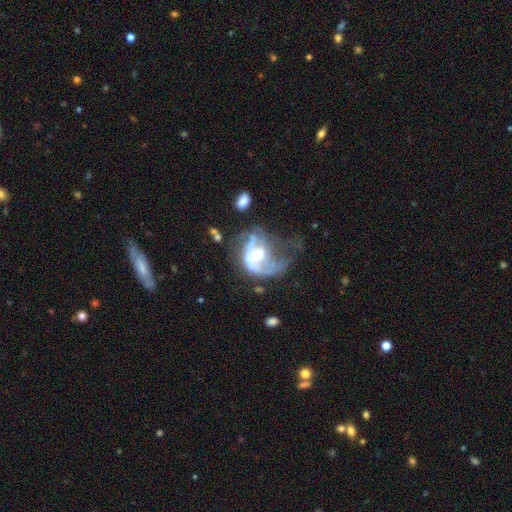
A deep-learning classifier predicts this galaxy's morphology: smooth-or-featured: featured or disk: 75% | smooth: 18% | star or artifact: 7%
  disk-edge-on: no: 98% | yes: 2%
    bar: no: 61% | weak: 32% | strong: 8%
    has-spiral-arms: yes: 75% | no: 25%
      spiral-winding: loose: 42% | medium: 37% | tight: 21%
      spiral-arm-count: 1: 44% | 2: 28% | can't tell: 20% | 3: 4% | 4: 2% | more than 4: 2%
    bulge-size: moderate: 56% | large: 21% | small: 18% | none: 4% | dominant: 2%
  merging: major disturbance: 54% | none: 21% | minor disturbance: 15% | merger: 11%